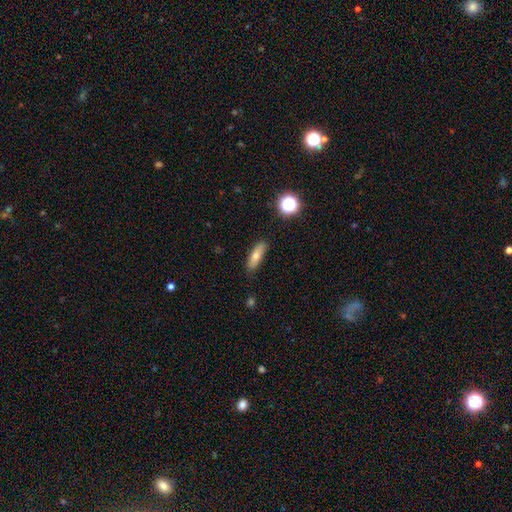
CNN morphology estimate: smooth-or-featured: smooth: 71% | featured or disk: 20% | star or artifact: 9%
  how-rounded: in between: 51% | cigar-shaped: 45% | round: 4%
  merging: none: 85% | minor disturbance: 11% | major disturbance: 2% | merger: 2%